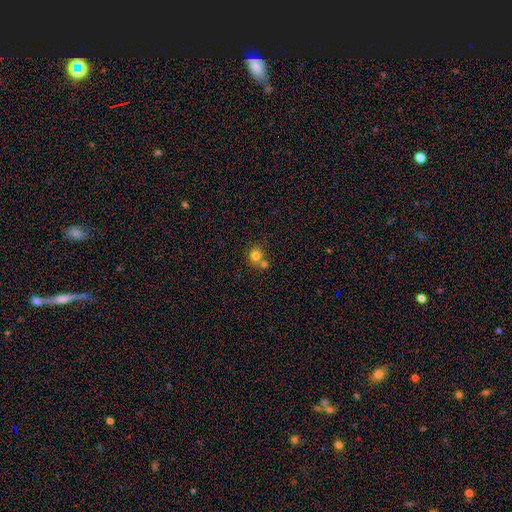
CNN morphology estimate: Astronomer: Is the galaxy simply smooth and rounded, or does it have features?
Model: smooth — 79%.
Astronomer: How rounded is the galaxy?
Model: round — 81%.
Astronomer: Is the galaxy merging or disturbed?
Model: none — 48% (runner-up: merger, 41%).